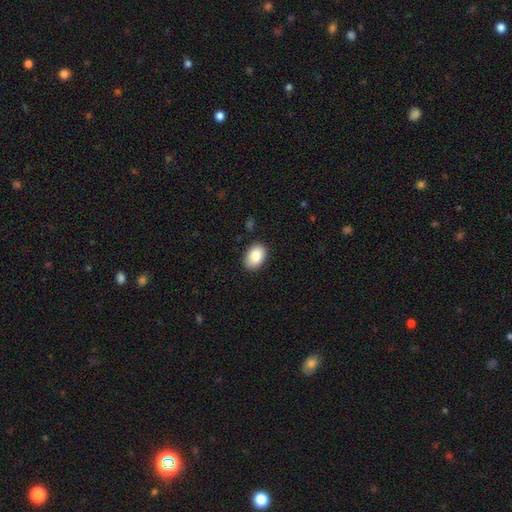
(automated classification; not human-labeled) Smooth or featured: smooth — 86% (star or artifact — 7%)
How rounded: in between — 84% (round — 15%)
Merging: none — 86% (minor disturbance — 10%)